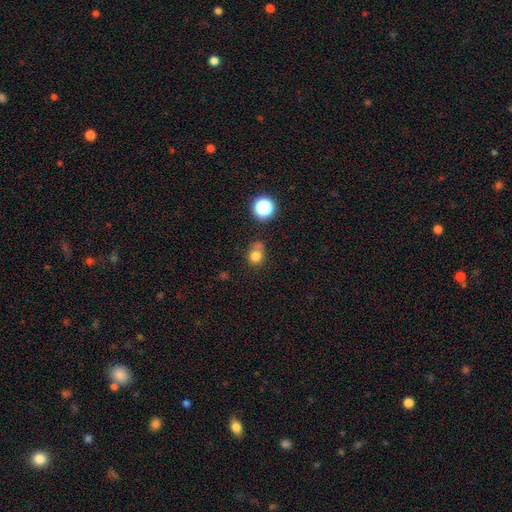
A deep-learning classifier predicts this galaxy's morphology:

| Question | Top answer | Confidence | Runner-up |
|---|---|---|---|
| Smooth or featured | smooth | 77% | star or artifact (15%) |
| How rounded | round | 76% | in between (23%) |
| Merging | none | 52% | merger (21%) |